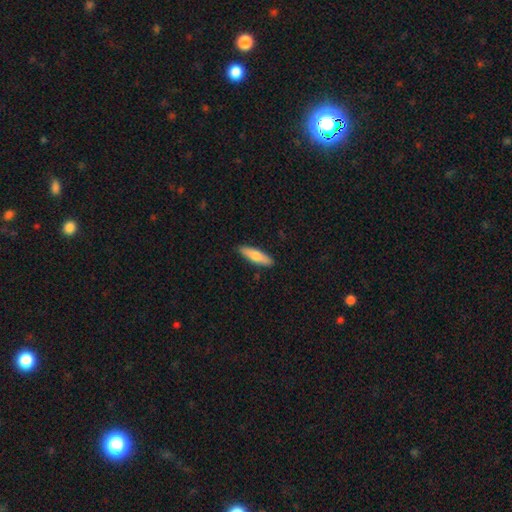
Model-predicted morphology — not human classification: A smooth galaxy with no disk features (74%) that is cigar-shaped (67%). Merging: none (90%).